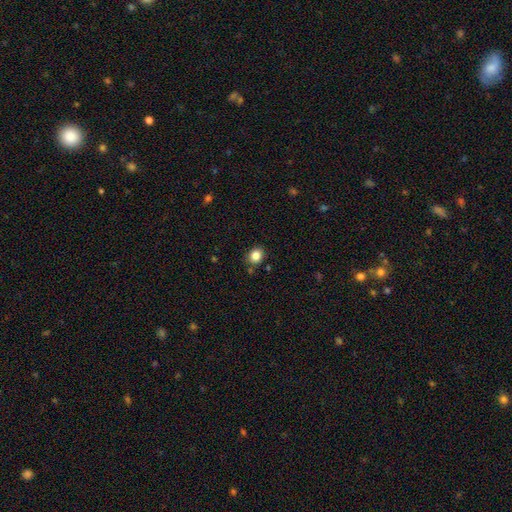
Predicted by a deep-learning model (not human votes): A smooth galaxy with no disk features (84%) that is round (63%).

Vote fractions:
- Smooth or featured? smooth: 84% / star or artifact: 11% / featured or disk: 5%
- How rounded? round: 63% / in between: 36% / cigar-shaped: 1%
- Merging? none: 83% / minor disturbance: 11% / merger: 4% / major disturbance: 3%